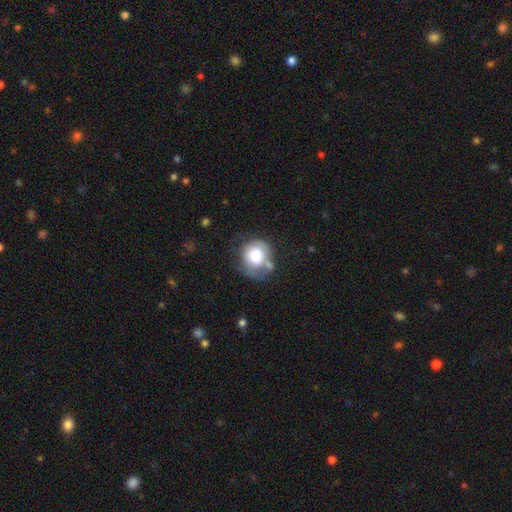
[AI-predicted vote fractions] smooth_or_featured: smooth (p=0.74) [alt: featured or disk p=0.19]
how_rounded: round (p=0.79) [alt: in between p=0.20]
merging: none (p=0.42) [alt: minor disturbance p=0.29]